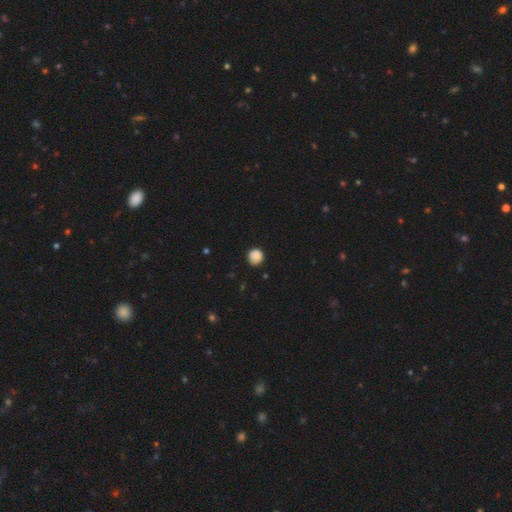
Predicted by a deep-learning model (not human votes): A smooth galaxy with no disk features (86%) that is round (88%).

Vote fractions:
- Smooth or featured? smooth: 86% / star or artifact: 9% / featured or disk: 6%
- How rounded? round: 88% / in between: 11% / cigar-shaped: 1%
- Merging? none: 77% / minor disturbance: 18% / major disturbance: 4% / merger: 2%